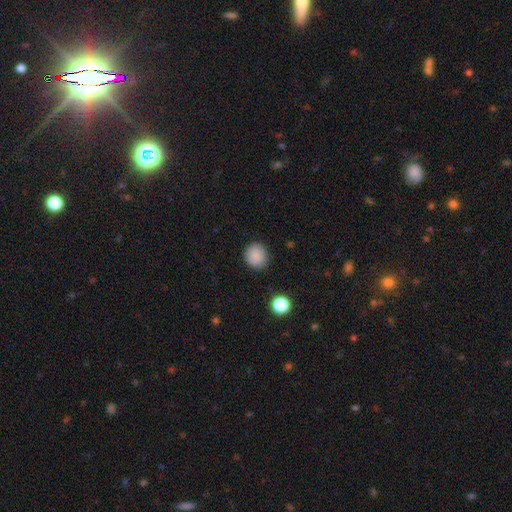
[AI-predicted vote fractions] Morphology: type=smooth (87%); roundness=round (88%); merging=none (88%).